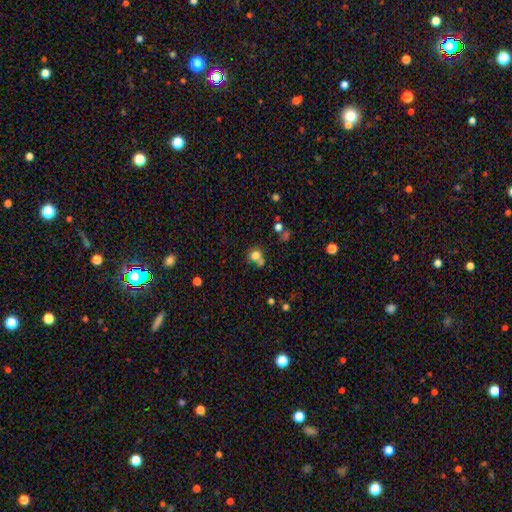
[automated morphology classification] smooth-or-featured: smooth: 77% | star or artifact: 13% | featured or disk: 9%
  how-rounded: round: 72% | in between: 27% | cigar-shaped: 1%
  merging: none: 47% | merger: 30% | minor disturbance: 15% | major disturbance: 8%